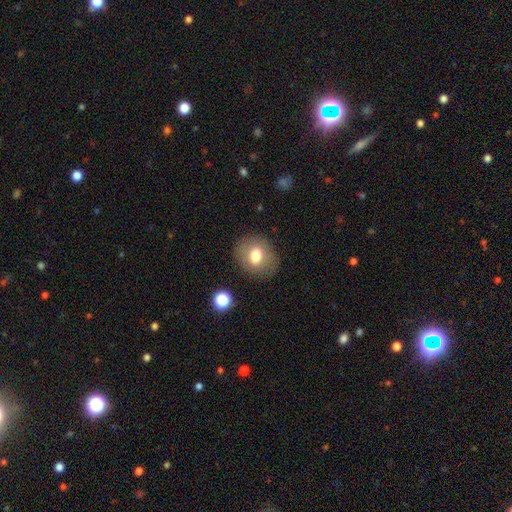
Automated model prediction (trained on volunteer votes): Overall: smooth (73%). How rounded: round (60%; in between 39%). Merging: none (83%).